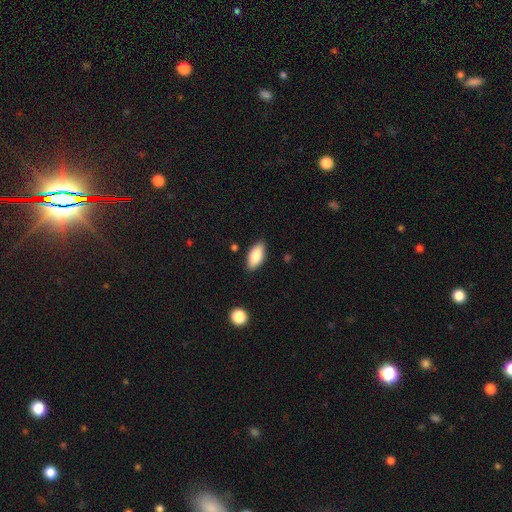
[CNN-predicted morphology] smooth-or-featured: smooth: 83% | featured or disk: 11% | star or artifact: 7%
  how-rounded: in between: 89% | cigar-shaped: 8% | round: 2%
  merging: none: 86% | minor disturbance: 10% | major disturbance: 2% | merger: 2%